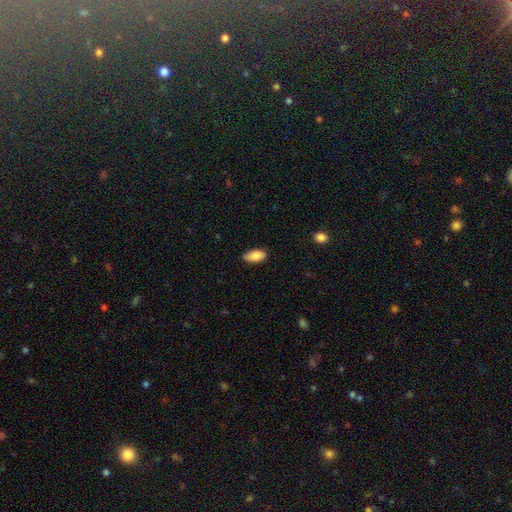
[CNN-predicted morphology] This is clearly a smooth galaxy (86%). How rounded: clearly in between (91%). Merging: clearly none (84%).